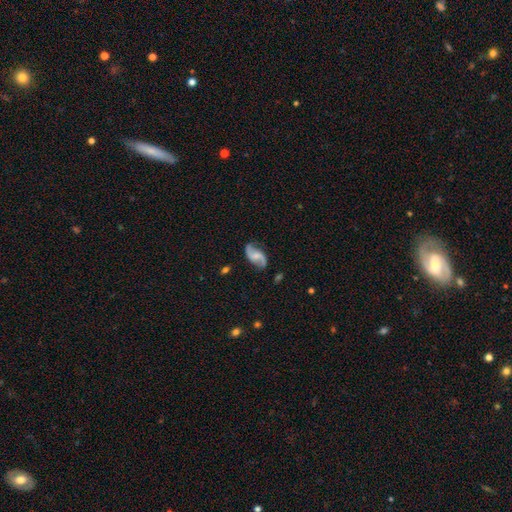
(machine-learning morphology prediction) Overall: featured or disk (81%). Edge-on disk: no (97%). Bar: no (47%; weak 41%). Spiral arms: yes (96%). Spiral arm count: 2 (93%). Spiral winding: loose (67%). Bulge size: small (44%; moderate 32%). Merging: none (76%).